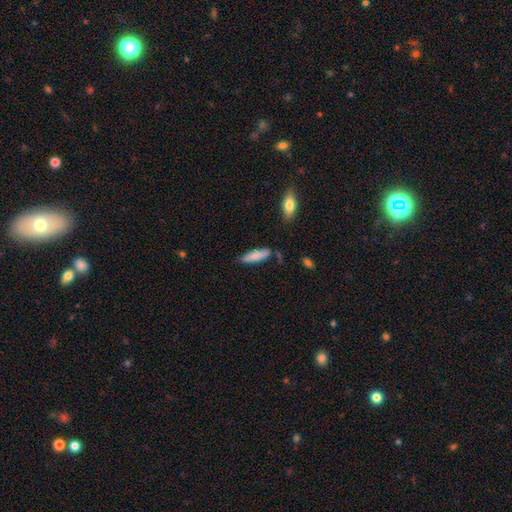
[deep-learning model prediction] Morphology: type=smooth (77%); roundness=in between (49%, tied with cigar-shaped); merging=none (71%).